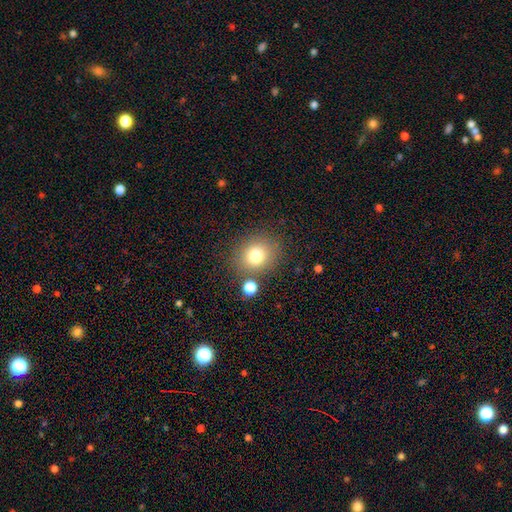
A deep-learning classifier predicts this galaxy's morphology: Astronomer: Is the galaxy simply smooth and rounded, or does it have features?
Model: smooth — 78%.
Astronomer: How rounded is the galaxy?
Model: round — 72%.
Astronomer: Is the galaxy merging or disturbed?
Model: none — 78%.